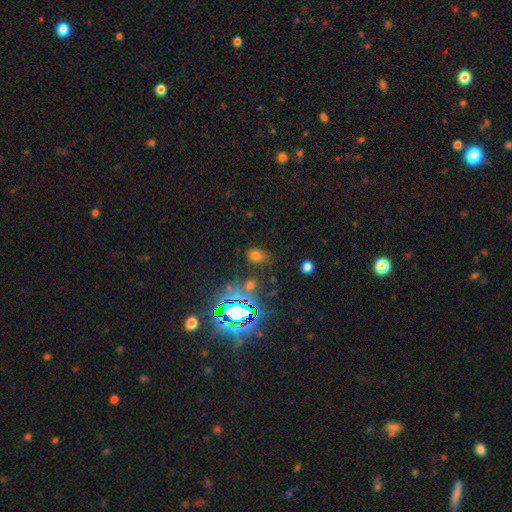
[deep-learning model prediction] smooth-or-featured: smooth: 61% | star or artifact: 32% | featured or disk: 7%
  how-rounded: in between: 72% | round: 26% | cigar-shaped: 2%
  merging: none: 76% | minor disturbance: 15% | major disturbance: 6% | merger: 4%